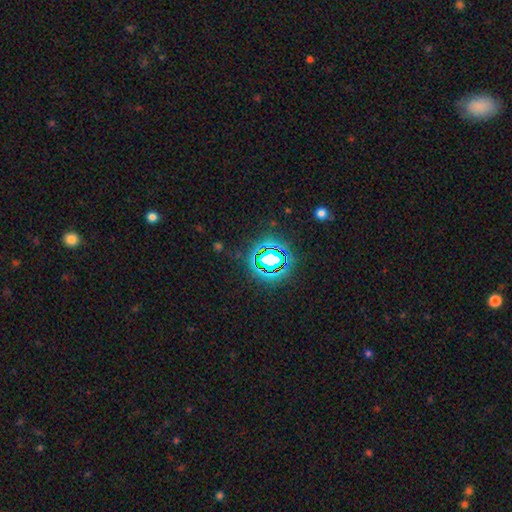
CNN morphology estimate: Overall: star or artifact (79%).